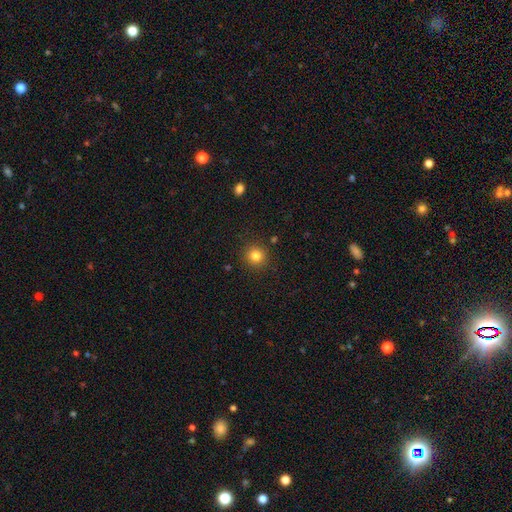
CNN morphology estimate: smooth 82%, star or artifact 12%, featured or disk 6%. Down the decision tree: how rounded — round (93%); merging — none (90%).